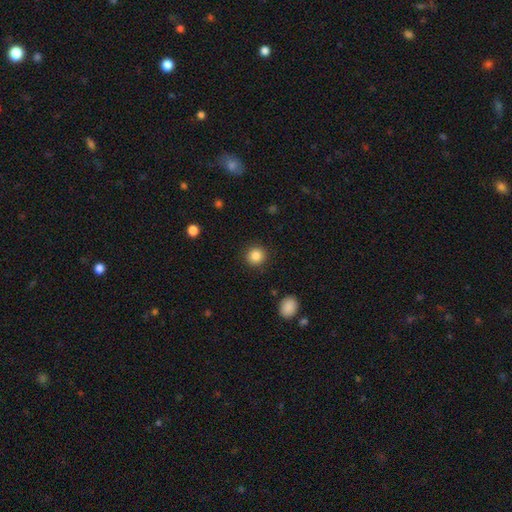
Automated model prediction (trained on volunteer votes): Smooth or featured: smooth — 86% (star or artifact — 10%)
How rounded: round — 92% (in between — 7%)
Merging: none — 91% (minor disturbance — 6%)